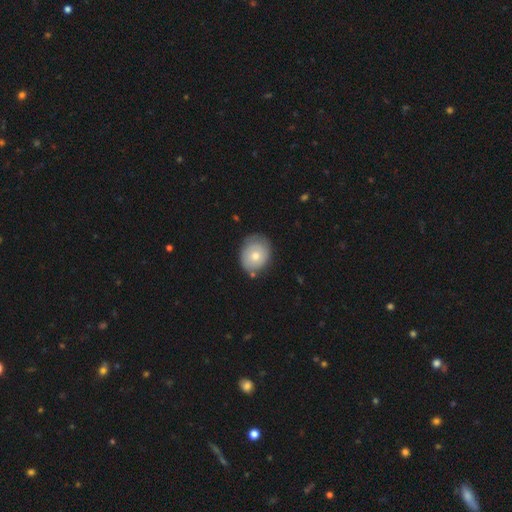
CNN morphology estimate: A smooth galaxy with no disk features (67%) that is round (51%).

Vote fractions:
- Smooth or featured? smooth: 67% / featured or disk: 26% / star or artifact: 8%
- How rounded? round: 51% / in between: 48% / cigar-shaped: 1%
- Merging? none: 73% / minor disturbance: 20% / major disturbance: 4% / merger: 3%